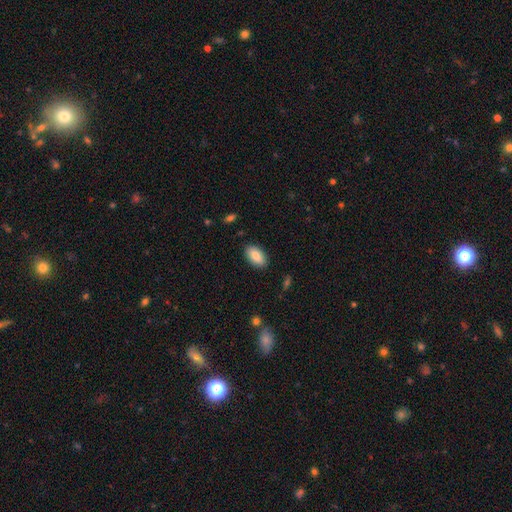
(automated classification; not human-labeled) Morphology: type=smooth (83%); roundness=in between (94%); merging=none (88%).